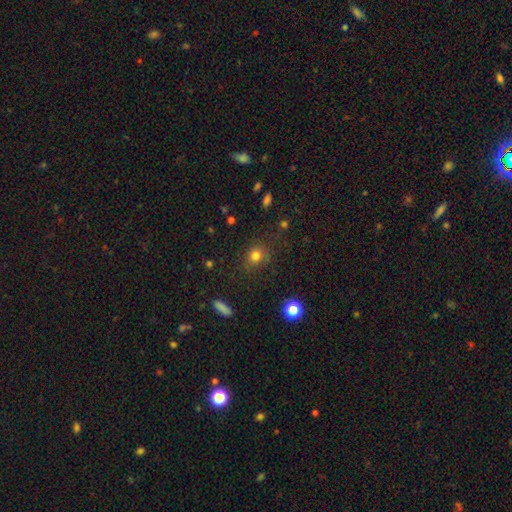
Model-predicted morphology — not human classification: A smooth galaxy with no disk features (78%) that is round (78%). Merging: none (79%).